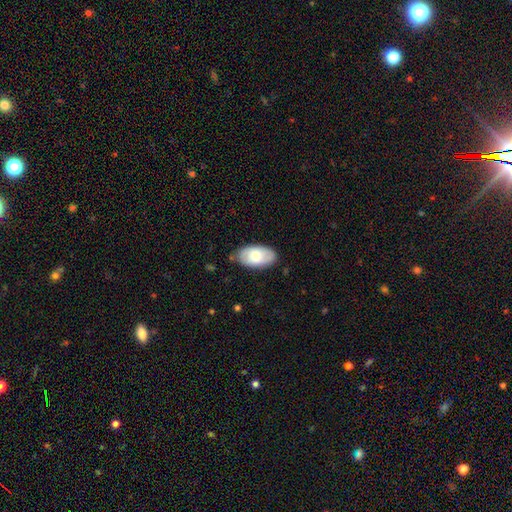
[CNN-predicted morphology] Q: Smooth or featured?
A: smooth (69%); runner-up: featured or disk (25%)
Q: How rounded?
A: in between (95%); runner-up: round (3%)
Q: Merging?
A: none (81%); runner-up: minor disturbance (15%)